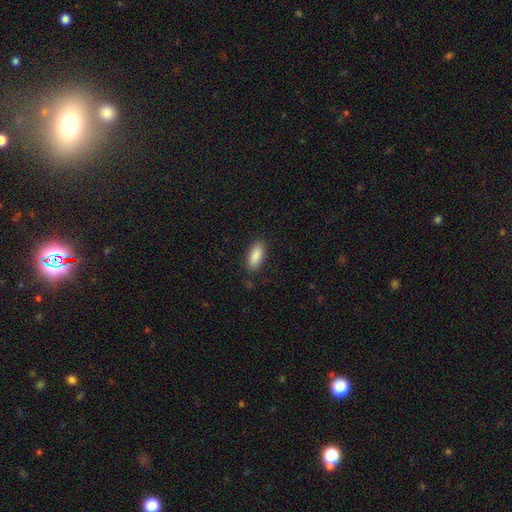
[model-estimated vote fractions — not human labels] Morphology: type=smooth (89%); roundness=in between (85%); merging=none (85%).